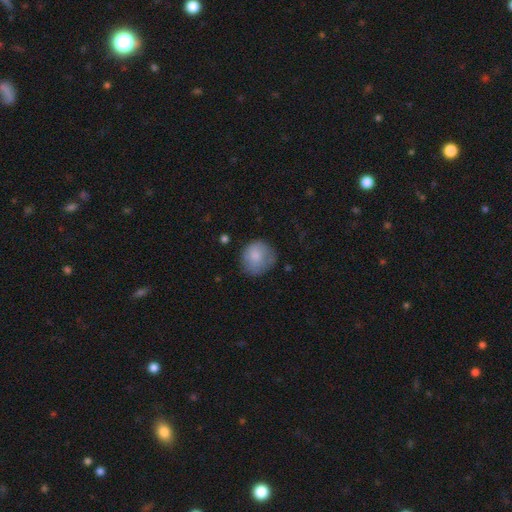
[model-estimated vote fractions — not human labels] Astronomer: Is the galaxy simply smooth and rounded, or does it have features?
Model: smooth — 79%.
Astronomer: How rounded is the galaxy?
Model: round — 84%.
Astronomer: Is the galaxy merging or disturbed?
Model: none — 63%.